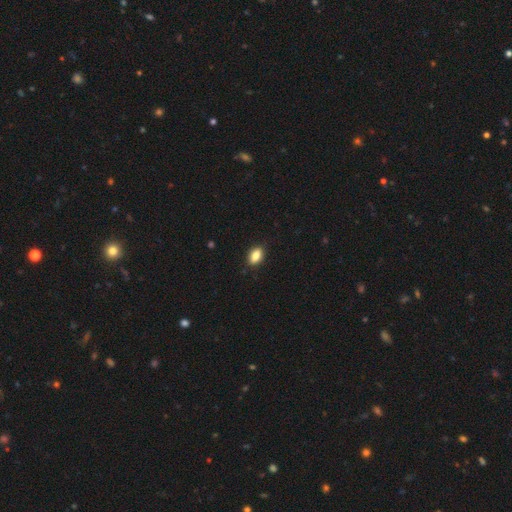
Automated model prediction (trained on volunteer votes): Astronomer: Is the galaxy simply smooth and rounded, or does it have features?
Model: smooth — 86%.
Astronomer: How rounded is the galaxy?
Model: in between — 88%.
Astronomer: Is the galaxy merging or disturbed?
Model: none — 86%.